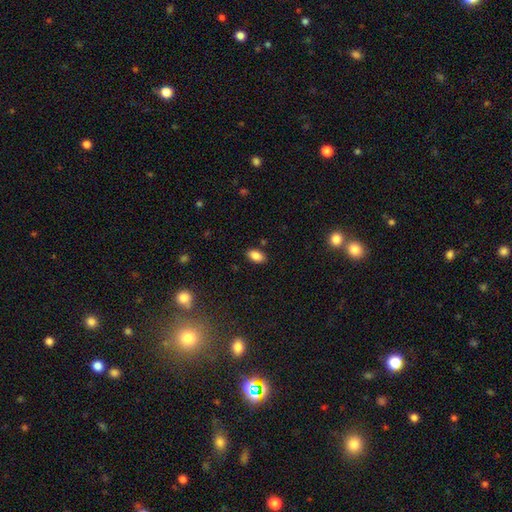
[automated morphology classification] Smooth or featured? Predicted: smooth (p=0.86). How rounded? Predicted: in between (p=0.93). Merging? Predicted: none (p=0.86).